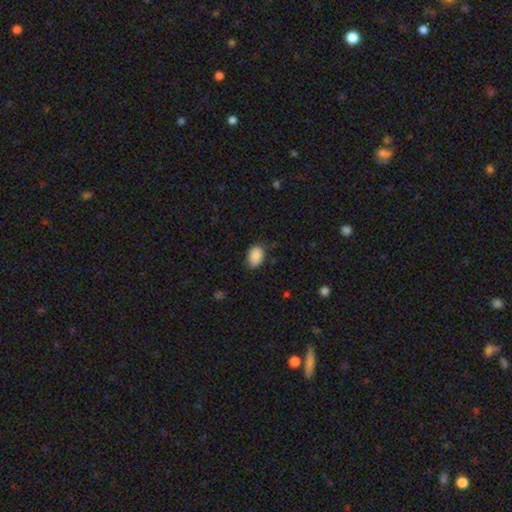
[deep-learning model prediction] This appears to be a smooth galaxy with no disk features (90%) that is in between round and cigar-shaped (82%). Merging: none (79%).